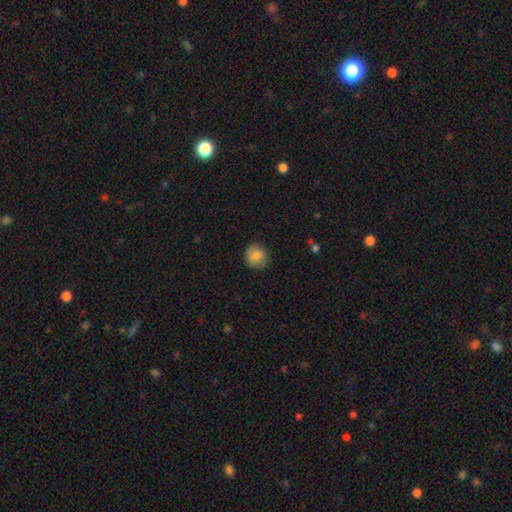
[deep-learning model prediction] Smooth or featured: smooth — 86% (star or artifact — 8%)
How rounded: round — 87% (in between — 12%)
Merging: none — 85% (minor disturbance — 11%)